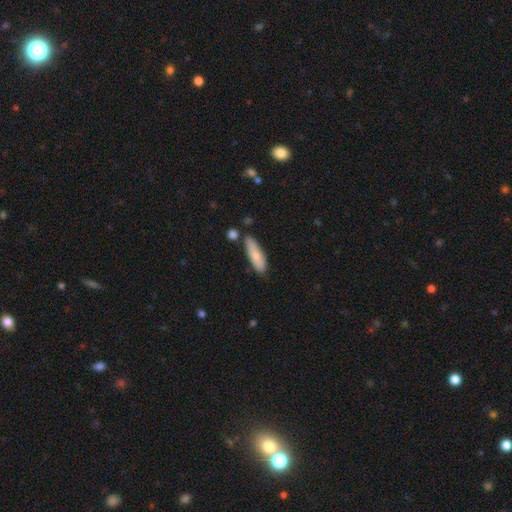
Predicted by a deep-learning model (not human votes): smooth_or_featured: smooth (p=0.76) [alt: featured or disk p=0.18]
how_rounded: in between (p=0.49) [tied with: cigar-shaped p=0.49]
merging: none (p=0.74) [alt: minor disturbance p=0.16]